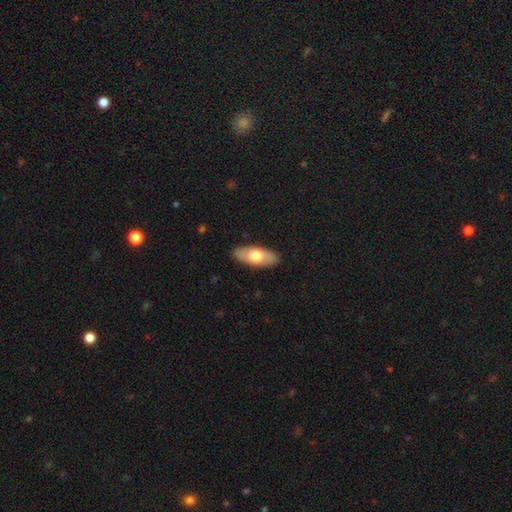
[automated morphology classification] A smooth galaxy with no disk features (64%) that is in between round and cigar-shaped (83%). Merging: none (89%).